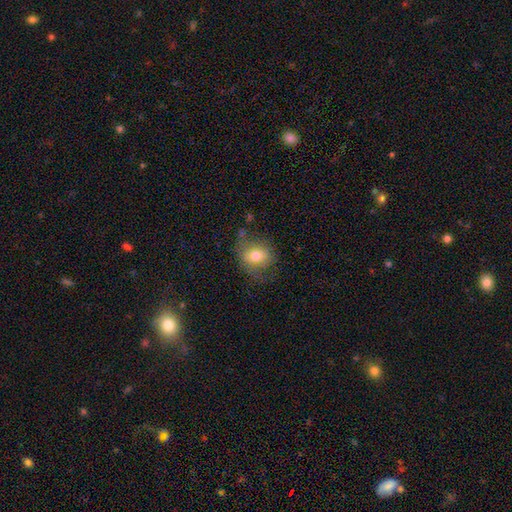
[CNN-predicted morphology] smooth-or-featured: smooth: 70% | featured or disk: 21% | star or artifact: 8%
  how-rounded: round: 49% (tied) | in between: 49% (tied) | cigar-shaped: 1%
  merging: none: 61% | minor disturbance: 24% | major disturbance: 12% | merger: 2%